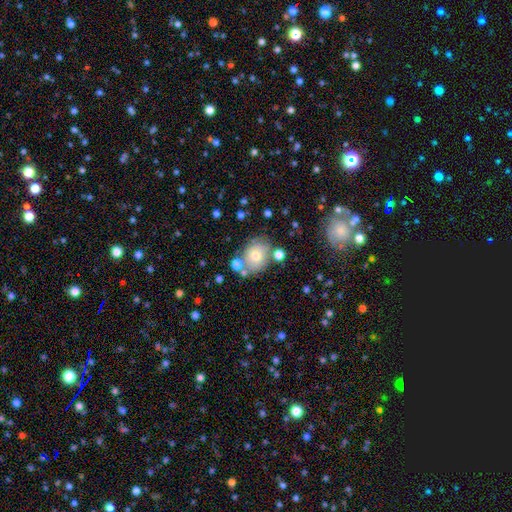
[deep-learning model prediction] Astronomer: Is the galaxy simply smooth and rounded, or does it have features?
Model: smooth — 68%.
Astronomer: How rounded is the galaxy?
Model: round — 53% (runner-up: in between, 46%).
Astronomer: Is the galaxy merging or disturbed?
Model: none — 63%.